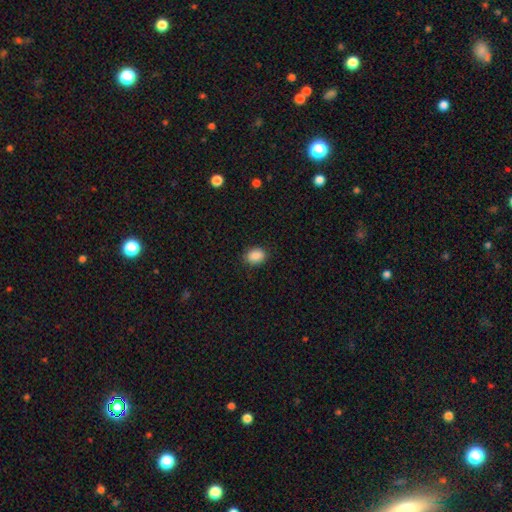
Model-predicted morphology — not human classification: This appears to be a smooth galaxy with no disk features (89%) that is in between round and cigar-shaped (65%). Merging: none (87%).